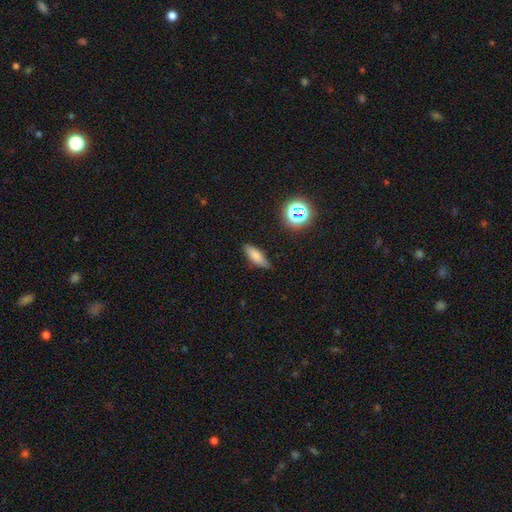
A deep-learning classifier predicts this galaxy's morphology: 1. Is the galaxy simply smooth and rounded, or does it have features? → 76% smooth, 12% featured or disk, 12% star or artifact.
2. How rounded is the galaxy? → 58% in between, 38% cigar-shaped, 3% round.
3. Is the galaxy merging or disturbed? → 78% none, 17% minor disturbance, 3% major disturbance, 2% merger.